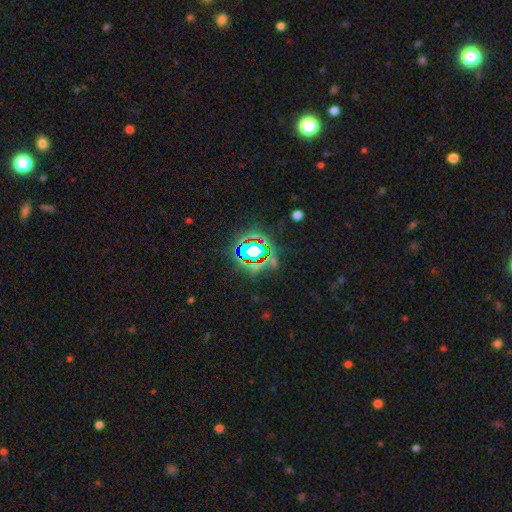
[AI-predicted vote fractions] smooth-or-featured: star or artifact: 77% | smooth: 14% | featured or disk: 9%